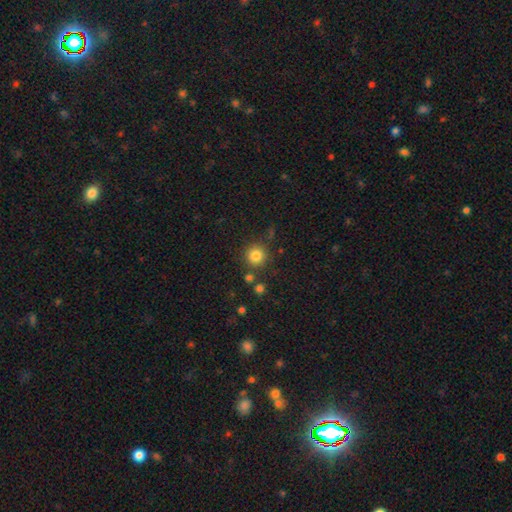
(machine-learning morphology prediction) Smooth or featured?
  - smooth: 83% *
  - star or artifact: 12%
  - featured or disk: 5%
How rounded?
  - round: 94% *
  - in between: 5%
  - cigar-shaped: 1%
Merging?
  - none: 82% *
  - minor disturbance: 8%
  - merger: 6%
  - major disturbance: 3%